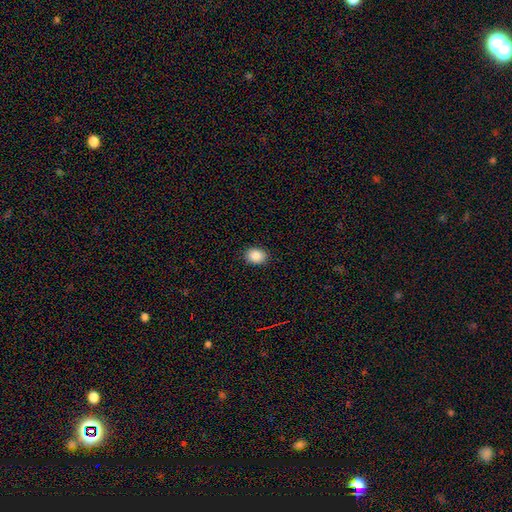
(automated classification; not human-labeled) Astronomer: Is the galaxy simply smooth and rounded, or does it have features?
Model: smooth — 88%.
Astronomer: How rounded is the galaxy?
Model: in between — 65%.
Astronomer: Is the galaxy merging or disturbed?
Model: none — 90%.